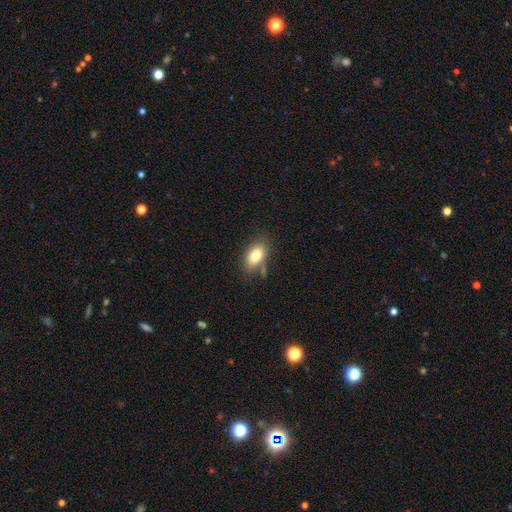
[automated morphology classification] Overall: smooth (78%). How rounded: in between (87%). Merging: none (68%).